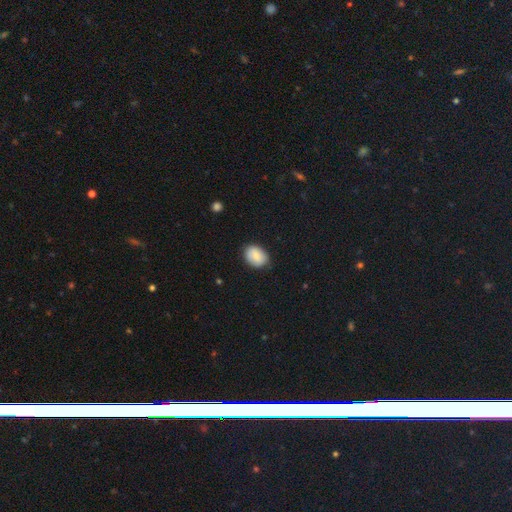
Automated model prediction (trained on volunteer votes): smooth 83%, featured or disk 10%, star or artifact 7%. Down the decision tree: how rounded — in between (70%); merging — none (80%).